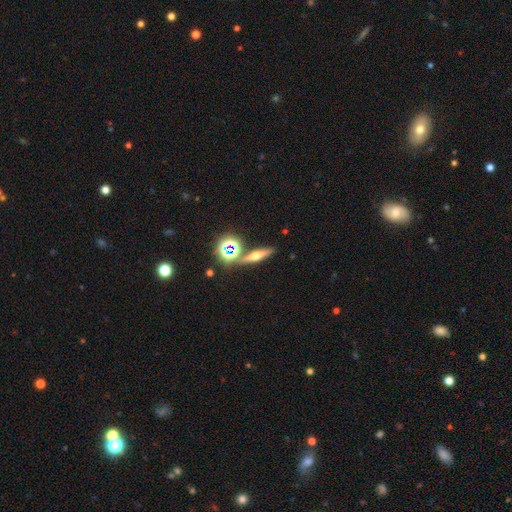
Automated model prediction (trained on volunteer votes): Morphology: type=featured or disk (50%); merging=none (80%).